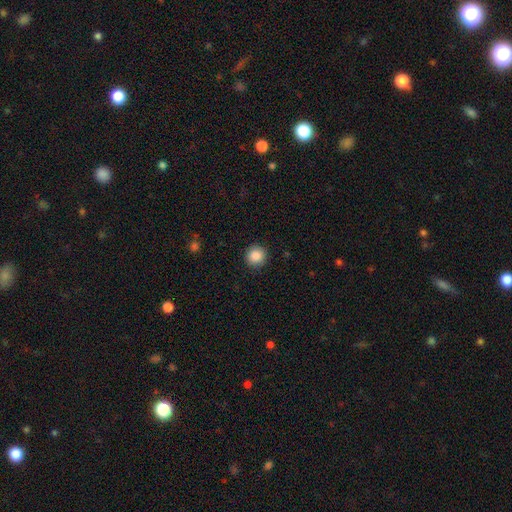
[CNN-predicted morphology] Smooth or featured?
  - smooth: 87% *
  - star or artifact: 9%
  - featured or disk: 4%
How rounded?
  - round: 94% *
  - in between: 5%
  - cigar-shaped: 1%
Merging?
  - none: 91% *
  - minor disturbance: 6%
  - major disturbance: 2%
  - merger: 1%